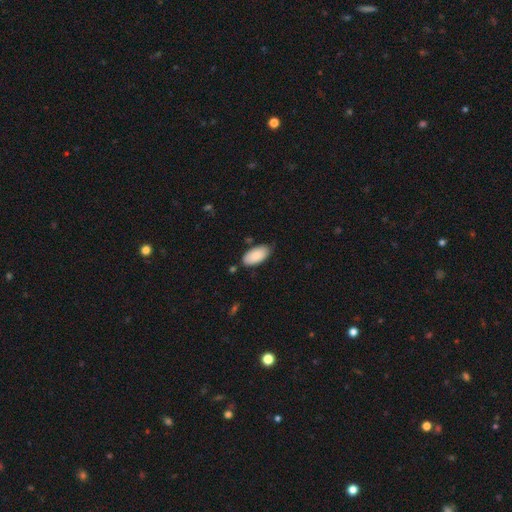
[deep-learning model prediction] smooth_or_featured: smooth (p=0.87) [alt: featured or disk p=0.07]
how_rounded: in between (p=0.94) [alt: cigar-shaped p=0.04]
merging: none (p=0.74) [alt: minor disturbance p=0.20]